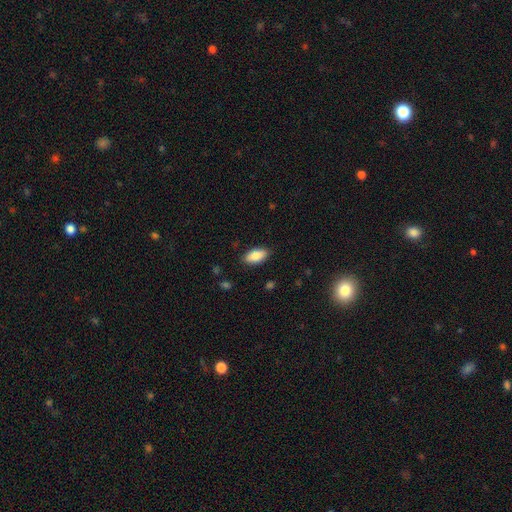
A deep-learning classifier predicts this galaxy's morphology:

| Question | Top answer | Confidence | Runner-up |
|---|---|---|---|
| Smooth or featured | smooth | 87% | featured or disk (7%) |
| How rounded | in between | 91% | cigar-shaped (6%) |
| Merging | none | 87% | minor disturbance (10%) |